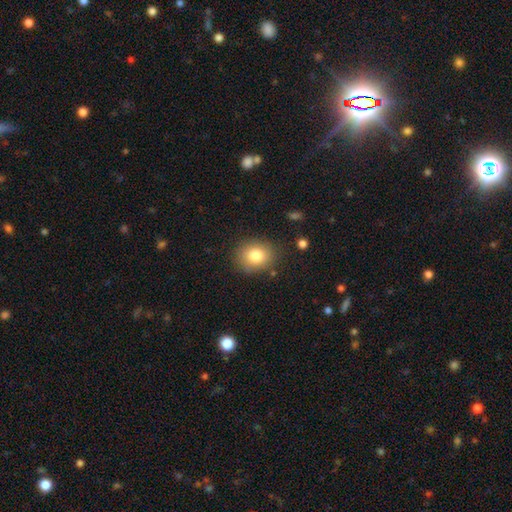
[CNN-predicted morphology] The model was most divided on "how rounded": round: 64%, in between: 36%, cigar-shaped: 1%. More confident: merging — none (84%); smooth or featured — smooth (81%).